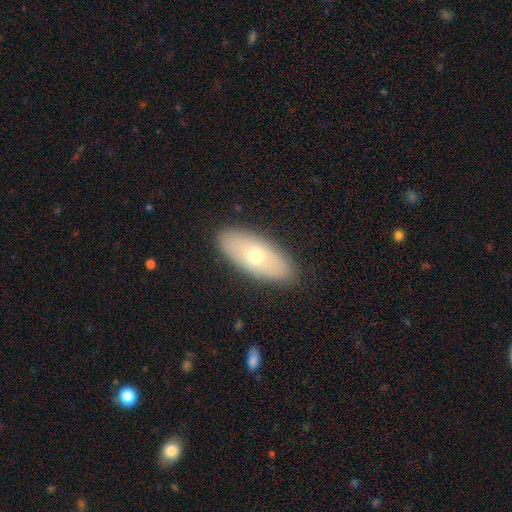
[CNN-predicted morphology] Smooth or featured?
  - smooth: 62% *
  - featured or disk: 31%
  - star or artifact: 7%
How rounded?
  - in between: 83% *
  - cigar-shaped: 14%
  - round: 3%
Merging?
  - none: 88% *
  - minor disturbance: 9%
  - major disturbance: 2%
  - merger: 1%